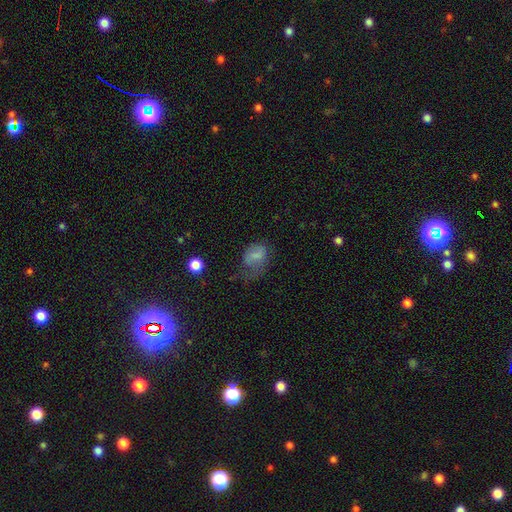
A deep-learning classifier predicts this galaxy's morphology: type=smooth (67%); roundness=in between (66%); merging=major disturbance (40%).